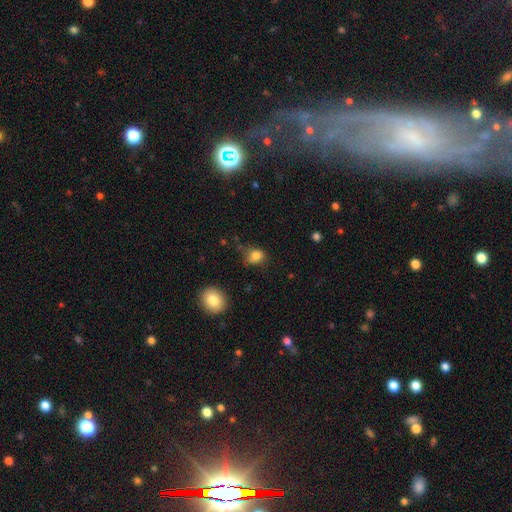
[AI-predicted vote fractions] Smooth or featured: smooth — 82% (star or artifact — 11%)
How rounded: round — 52% (in between — 47%)
Merging: none — 63% (minor disturbance — 26%)